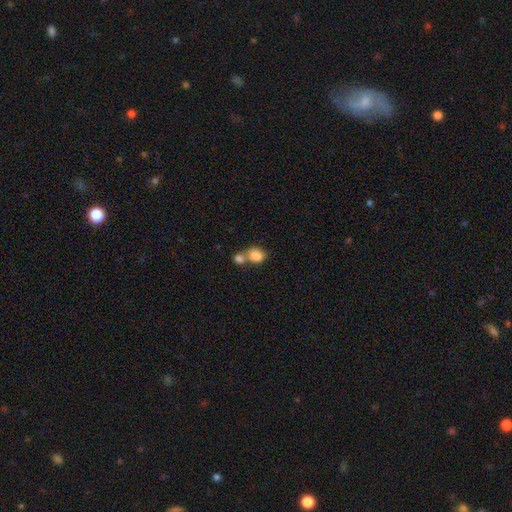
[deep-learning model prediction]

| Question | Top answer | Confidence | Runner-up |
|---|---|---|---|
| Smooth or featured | smooth | 84% | star or artifact (9%) |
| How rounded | round | 51% | in between (48%) |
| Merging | merger | 55% | none (33%) |